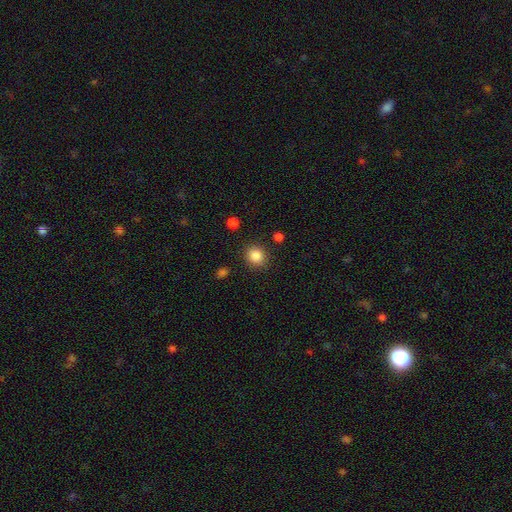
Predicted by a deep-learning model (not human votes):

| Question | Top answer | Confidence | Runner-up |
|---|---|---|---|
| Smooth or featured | smooth | 86% | star or artifact (10%) |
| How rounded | round | 78% | in between (21%) |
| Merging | none | 87% | minor disturbance (8%) |